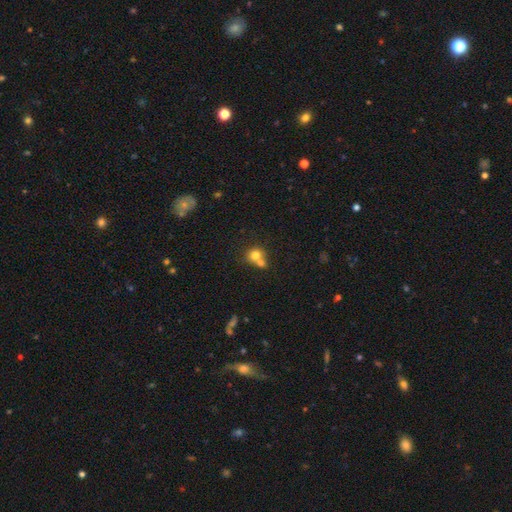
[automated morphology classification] A smooth galaxy with no disk features (75%) that is round (80%). Merging: merger (52%).